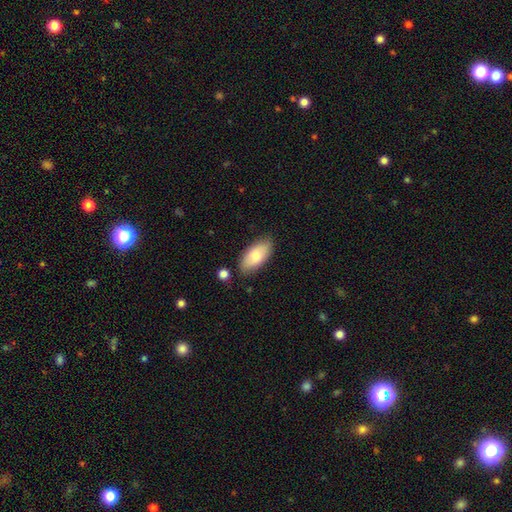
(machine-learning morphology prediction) smooth 78%, featured or disk 16%, star or artifact 6%. Down the decision tree: how rounded — in between (92%); merging — none (80%).